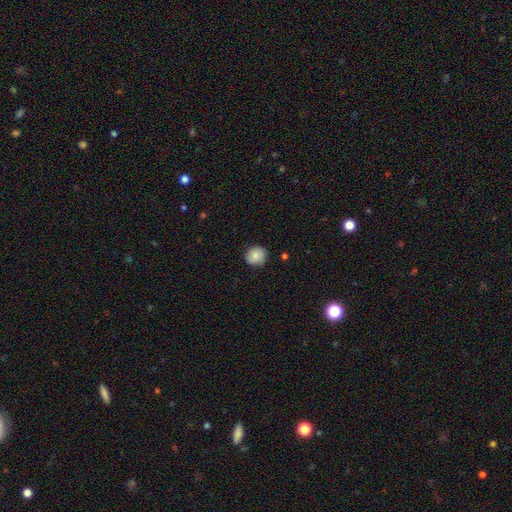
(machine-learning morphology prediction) Overall: smooth (81%). How rounded: round (86%). Merging: none (86%).